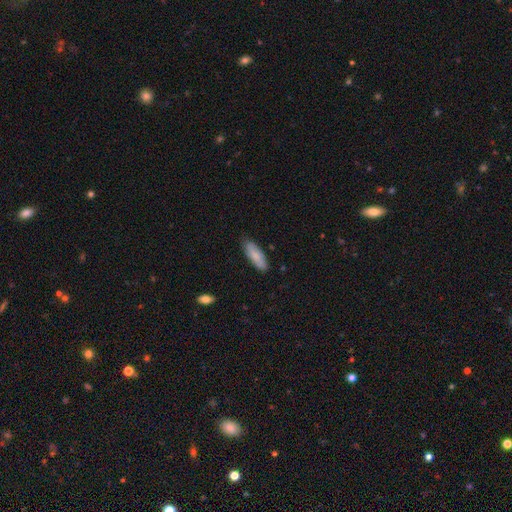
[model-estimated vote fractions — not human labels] The model was most divided on "how rounded": in between: 61%, cigar-shaped: 37%, round: 2%. More confident: merging — none (82%); smooth or featured — smooth (79%).